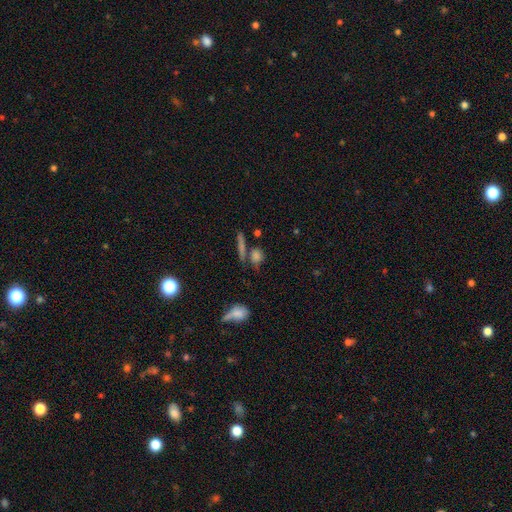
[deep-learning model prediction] smooth 74%, featured or disk 14%, star or artifact 13%. Down the decision tree: how rounded — round (51%); merging — none (57%).